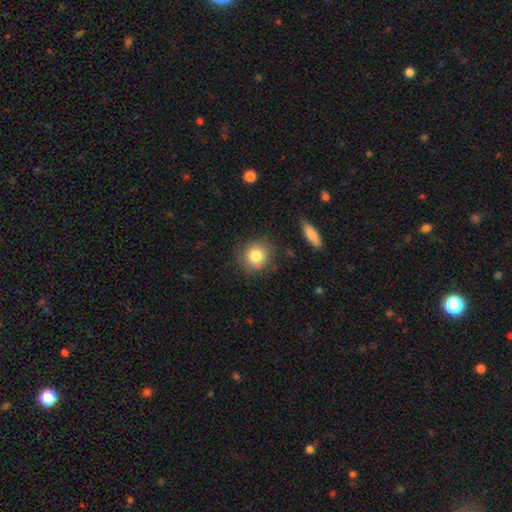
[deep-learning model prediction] This is clearly a smooth galaxy (82%). How rounded: clearly round (87%). Merging: clearly none (83%).